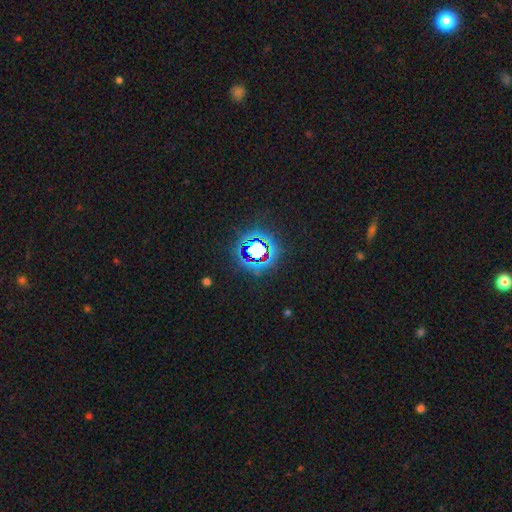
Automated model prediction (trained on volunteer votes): Smooth or featured? Predicted: star or artifact (p=0.80).